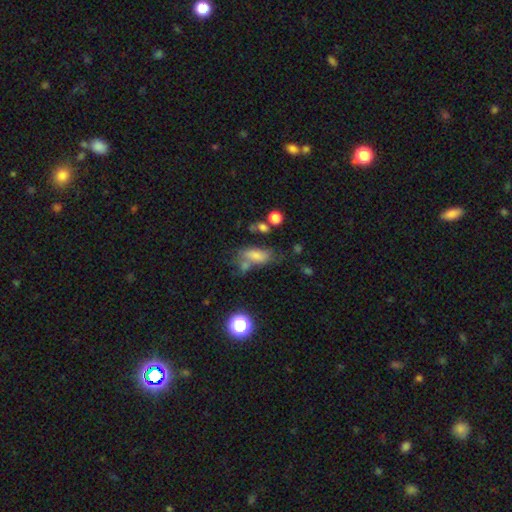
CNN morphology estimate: A smooth galaxy with no disk features (70%) that is in between round and cigar-shaped (79%).

Vote fractions:
- Smooth or featured? smooth: 70% / featured or disk: 16% / star or artifact: 14%
- How rounded? in between: 79% / cigar-shaped: 14% / round: 7%
- Merging? none: 42% / merger: 26% / minor disturbance: 20% / major disturbance: 12%